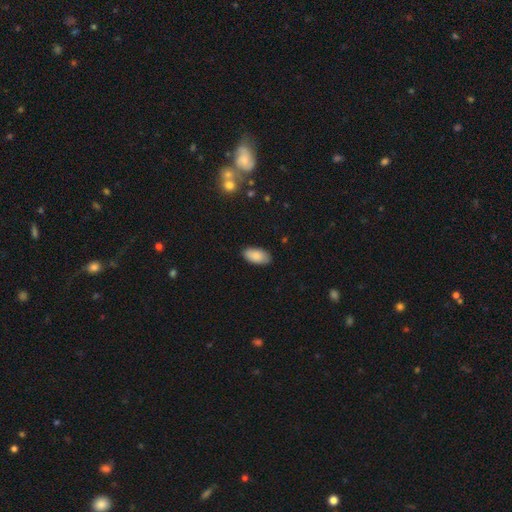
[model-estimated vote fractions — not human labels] smooth_or_featured: smooth (p=0.87) [alt: featured or disk p=0.06]
how_rounded: in between (p=0.95) [alt: cigar-shaped p=0.03]
merging: none (p=0.87) [alt: minor disturbance p=0.10]